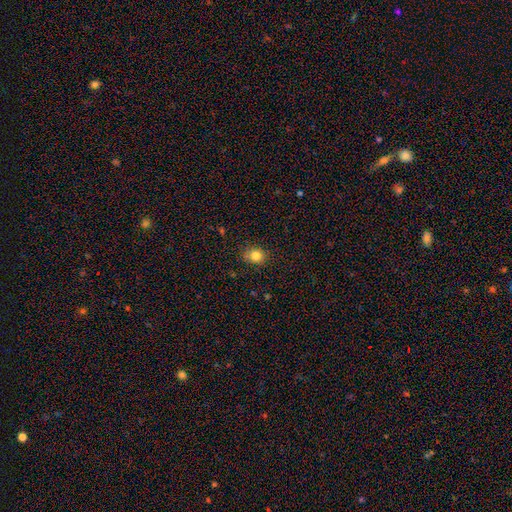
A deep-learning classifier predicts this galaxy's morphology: Smooth or featured? Predicted: smooth (p=0.83). How rounded? Predicted: round (p=0.69). Merging? Predicted: none (p=0.83).